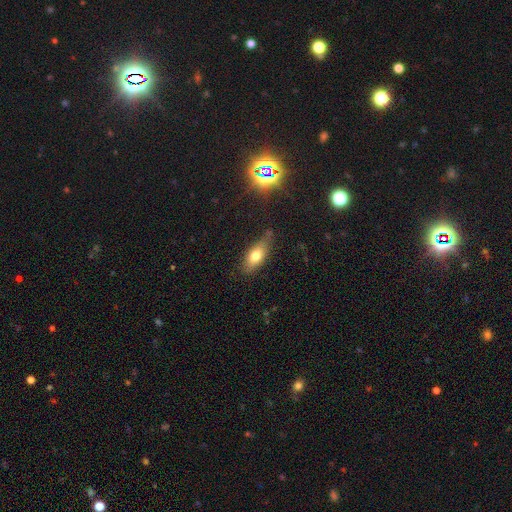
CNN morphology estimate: smooth_or_featured: smooth (p=0.69) [alt: featured or disk p=0.22]
how_rounded: in between (p=0.77) [alt: cigar-shaped p=0.18]
merging: none (p=0.66) [alt: minor disturbance p=0.25]